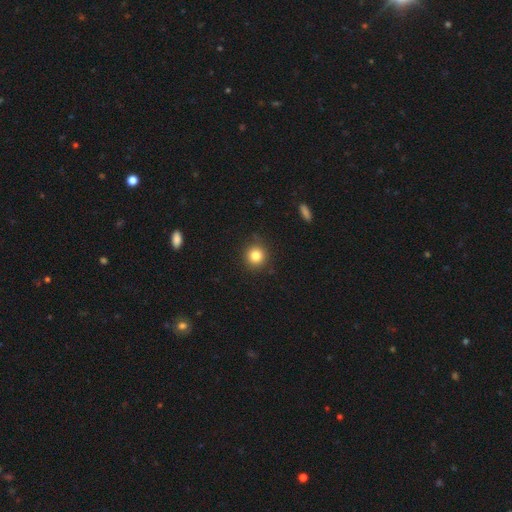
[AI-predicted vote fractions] Smooth or featured? smooth (82%)
How rounded? round (91%)
Merging? none (87%)